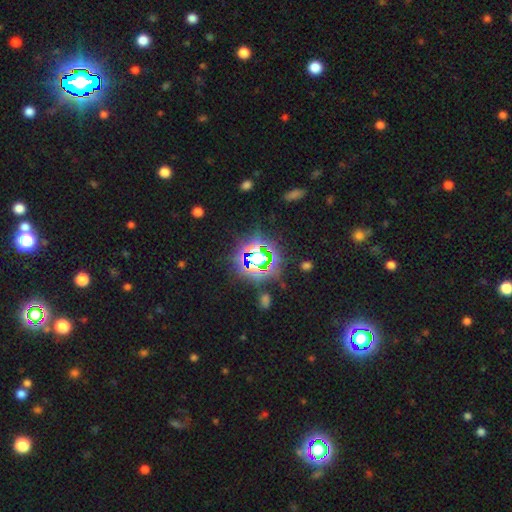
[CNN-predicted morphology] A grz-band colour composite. It shows a star or artifact, not a galaxy (72%).